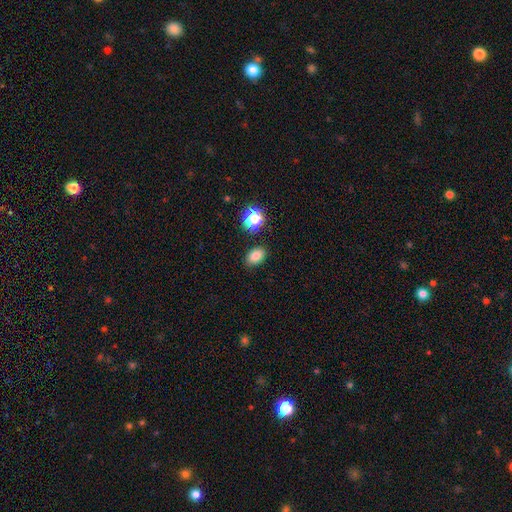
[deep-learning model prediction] A smooth galaxy with no disk features (79%) that is in between round and cigar-shaped (76%).

Vote fractions:
- Smooth or featured? smooth: 79% / star or artifact: 14% / featured or disk: 7%
- How rounded? in between: 76% / round: 22% / cigar-shaped: 1%
- Merging? none: 85% / minor disturbance: 9% / merger: 3% / major disturbance: 3%